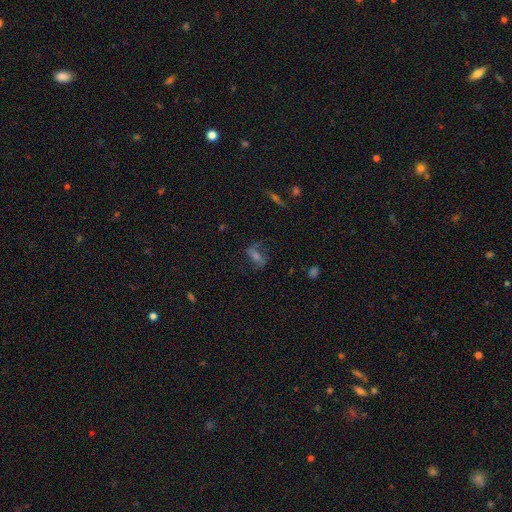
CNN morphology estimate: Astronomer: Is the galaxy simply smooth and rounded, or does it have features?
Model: featured or disk — 45% (runner-up: smooth, 31%).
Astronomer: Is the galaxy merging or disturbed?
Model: none — 65%.